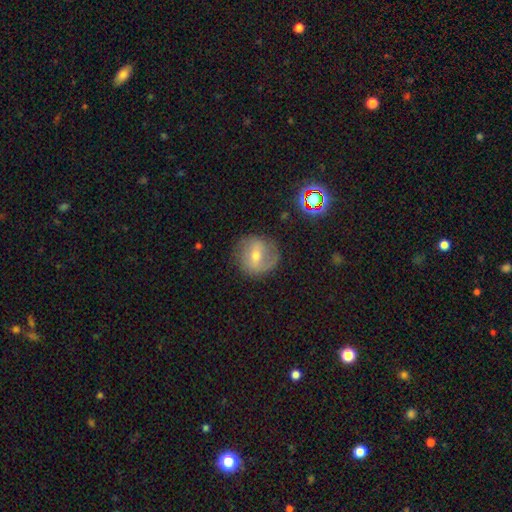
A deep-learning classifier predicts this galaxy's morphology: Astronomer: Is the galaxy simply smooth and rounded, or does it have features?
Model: featured or disk — 58%.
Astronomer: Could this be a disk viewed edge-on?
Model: no — 96%.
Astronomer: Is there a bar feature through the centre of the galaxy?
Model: weak — 46% (runner-up: strong, 29%).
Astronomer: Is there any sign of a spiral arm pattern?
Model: yes — 75%.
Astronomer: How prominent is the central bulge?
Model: moderate — 56% (runner-up: small, 40%).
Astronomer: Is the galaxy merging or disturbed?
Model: none — 76%.